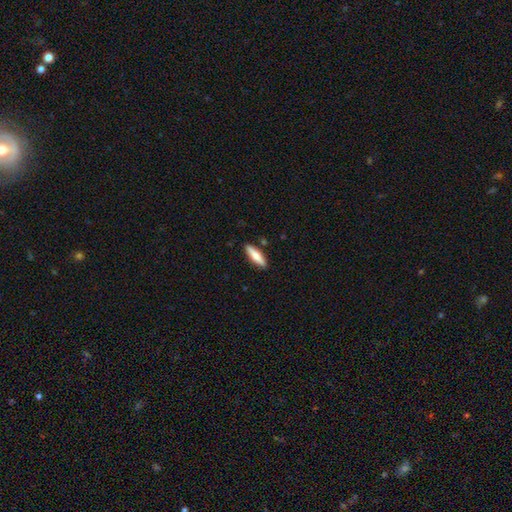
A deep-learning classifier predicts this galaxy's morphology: This appears to be a smooth galaxy with no disk features (69%) that is cigar-shaped (67%). Merging: none (88%).